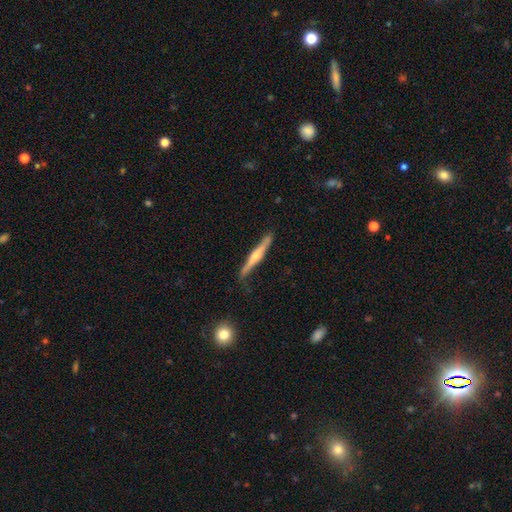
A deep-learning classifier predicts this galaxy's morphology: smooth_or_featured: featured or disk (p=0.73) [alt: smooth p=0.21]
disk_edge_on: yes (p=0.97) [alt: no p=0.03]
edge_on_bulge: rounded (p=0.87) [alt: none p=0.09]
merging: none (p=0.85) [alt: minor disturbance p=0.12]